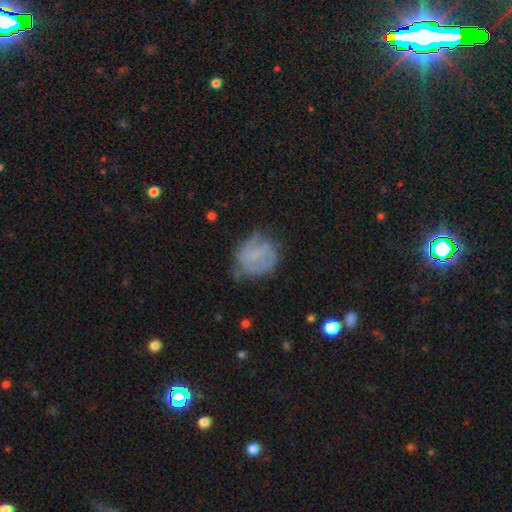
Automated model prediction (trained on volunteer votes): Morphology: type=featured or disk (48%); merging=none (54%).